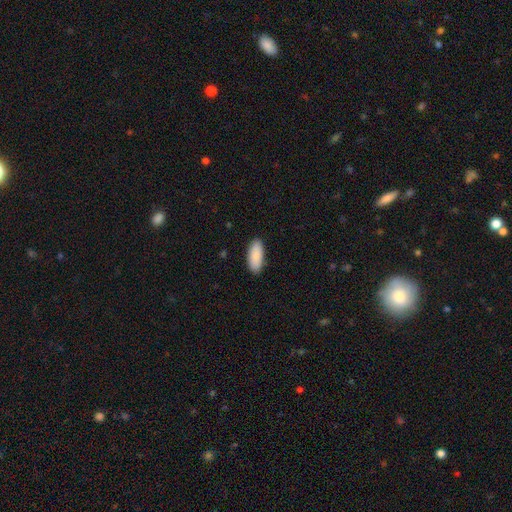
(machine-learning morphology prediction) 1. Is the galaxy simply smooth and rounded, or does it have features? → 90% smooth, 6% star or artifact, 4% featured or disk.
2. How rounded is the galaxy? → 84% in between, 15% cigar-shaped, 2% round.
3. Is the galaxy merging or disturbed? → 88% none, 9% minor disturbance, 2% major disturbance, 1% merger.